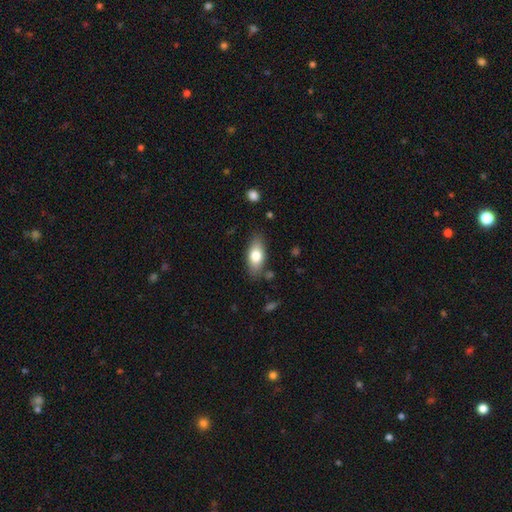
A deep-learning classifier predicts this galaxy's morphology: The model was most divided on "smooth or featured": smooth: 74%, featured or disk: 19%, star or artifact: 7%. More confident: how rounded — in between (85%); merging — none (81%).